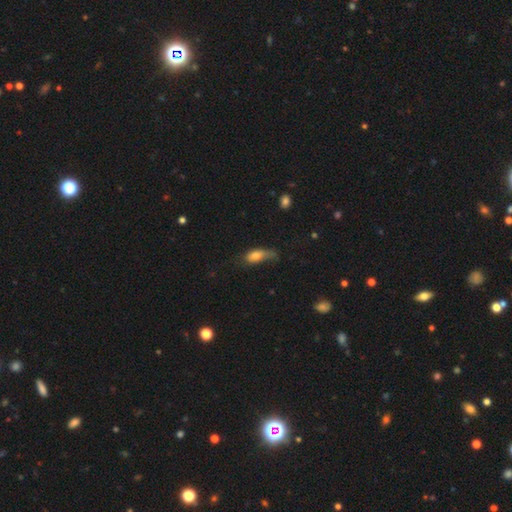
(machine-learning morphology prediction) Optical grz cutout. It shows a smooth galaxy with no disk features (73%) that is in between round and cigar-shaped (77%). Merging: minor disturbance (35%).